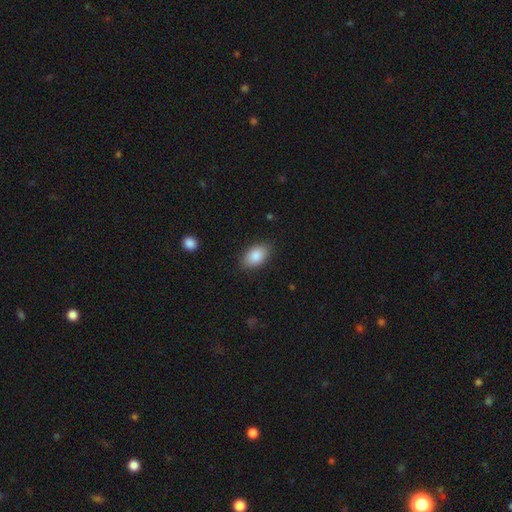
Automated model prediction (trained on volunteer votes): This is clearly a smooth galaxy (87%). How rounded: clearly in between (91%). Merging: clearly none (85%).